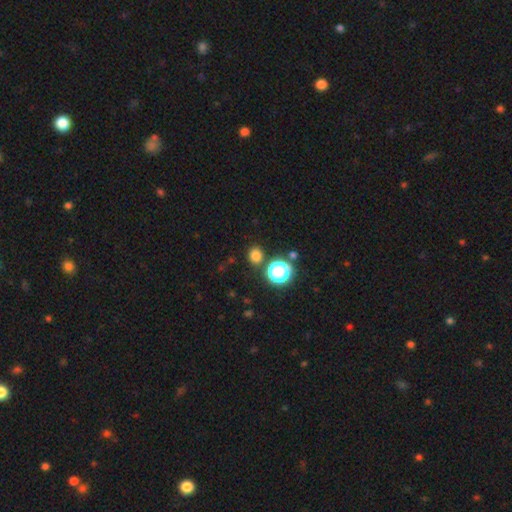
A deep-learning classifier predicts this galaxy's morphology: A smooth galaxy with no disk features (76%) that is round (81%).

Vote fractions:
- Smooth or featured? smooth: 76% / star or artifact: 20% / featured or disk: 5%
- How rounded? round: 81% / in between: 18% / cigar-shaped: 1%
- Merging? none: 82% / minor disturbance: 8% / merger: 7% / major disturbance: 3%